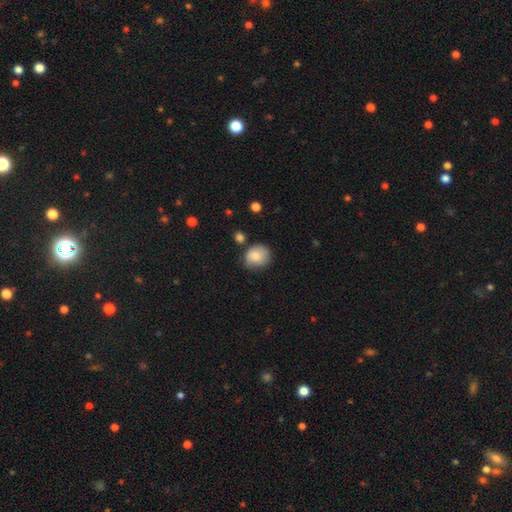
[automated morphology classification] smooth 83%, featured or disk 9%, star or artifact 8%. Down the decision tree: how rounded — round (69%); merging — none (66%).